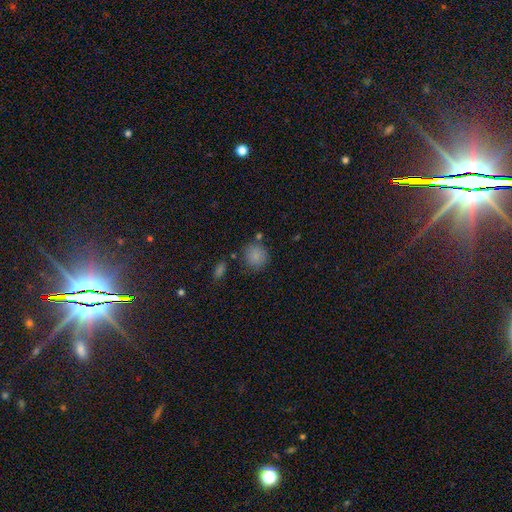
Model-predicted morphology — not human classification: The model was most divided on "merging": none: 76%, minor disturbance: 13%, merger: 7%, major disturbance: 4%. More confident: how rounded — round (87%); smooth or featured — smooth (84%).